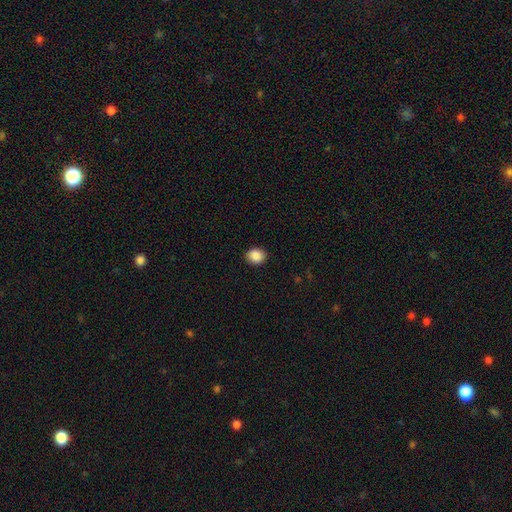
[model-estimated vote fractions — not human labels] Smooth or featured? smooth (89%)
How rounded? round (63%)
Merging? none (90%)